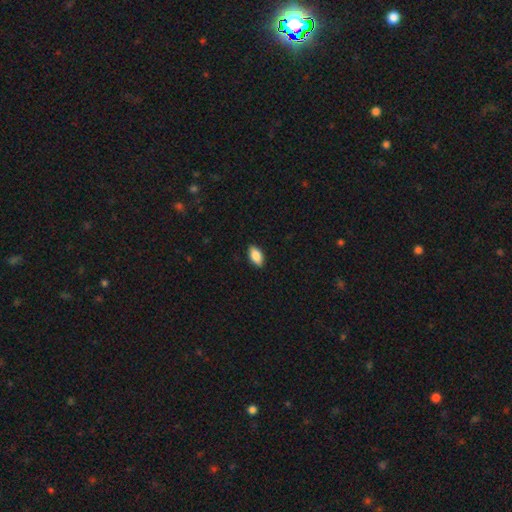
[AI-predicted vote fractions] smooth_or_featured: smooth (p=0.87) [alt: star or artifact p=0.07]
how_rounded: in between (p=0.92) [alt: cigar-shaped p=0.05]
merging: none (p=0.89) [alt: minor disturbance p=0.08]